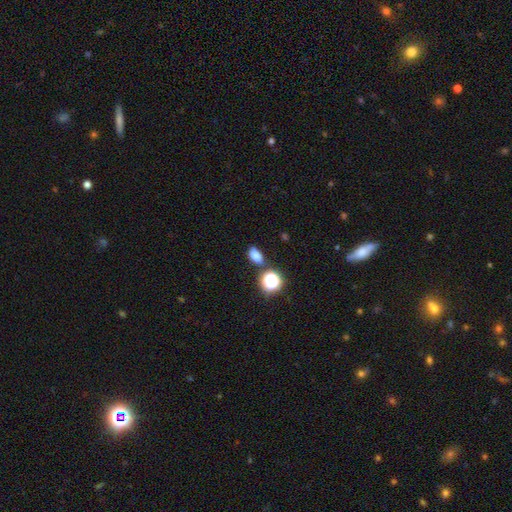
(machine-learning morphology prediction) This appears to be a smooth galaxy with no disk features (76%) that is in between round and cigar-shaped (78%). Merging: none (77%).